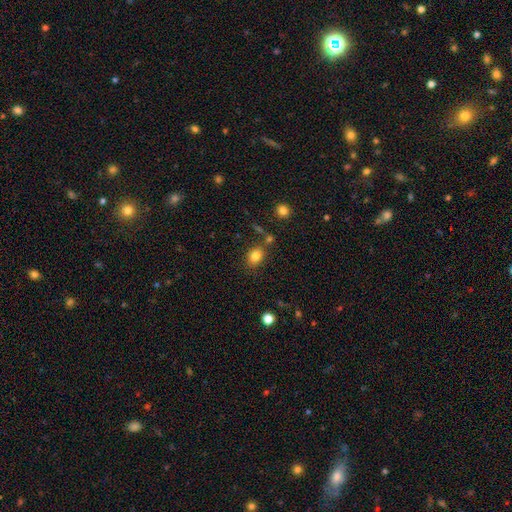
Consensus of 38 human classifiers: A smooth galaxy with no disk features (84%) that is in between round and cigar-shaped (56%).

Vote fractions:
- Smooth or featured? smooth: 84% / featured or disk: 8% / star or artifact: 8%
- How rounded? in between: 56% / round: 44% / cigar-shaped: 0%
- Merging? none: 57% / minor disturbance: 26% / merger: 17% / major disturbance: 0%